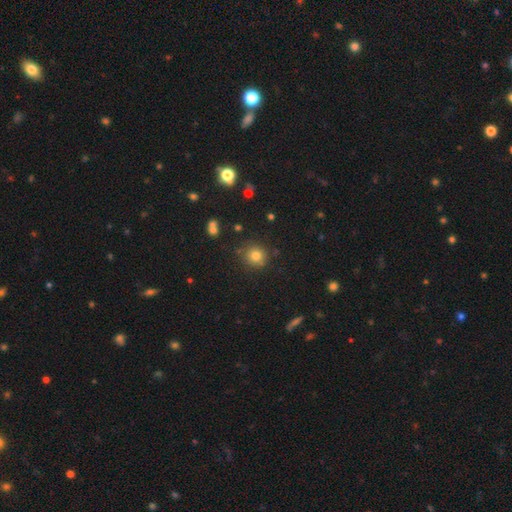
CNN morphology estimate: Smooth or featured: smooth — 79% (star or artifact — 14%)
How rounded: round — 90% (in between — 9%)
Merging: none — 82% (minor disturbance — 11%)